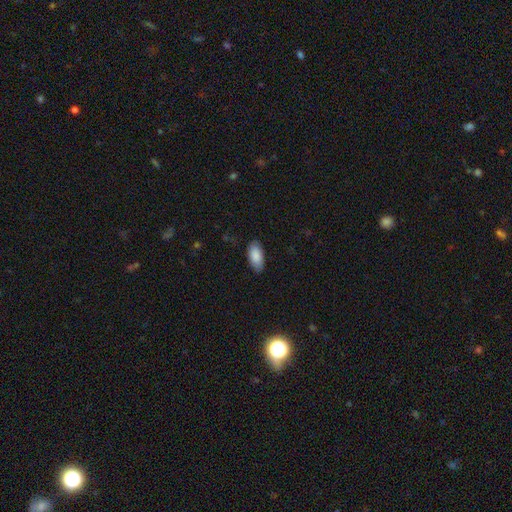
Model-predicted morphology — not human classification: Smooth or featured: smooth — 88% (featured or disk — 6%)
How rounded: in between — 93% (cigar-shaped — 5%)
Merging: none — 81% (minor disturbance — 15%)